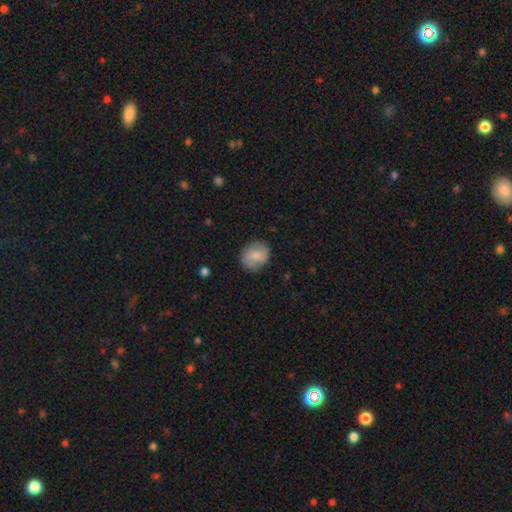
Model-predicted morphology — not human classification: The model was most divided on "smooth or featured": smooth: 69%, featured or disk: 24%, star or artifact: 7%. More confident: merging — none (83%); how rounded — round (76%).